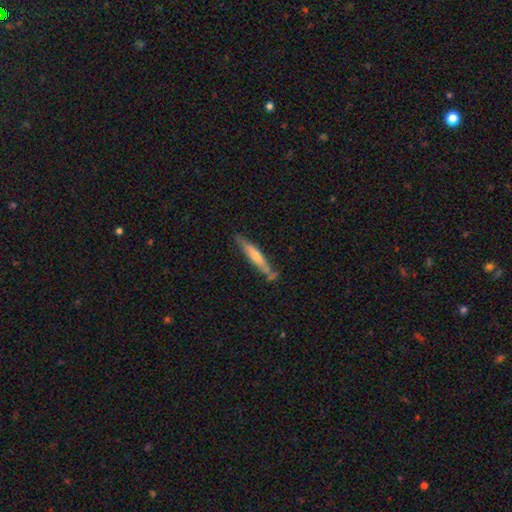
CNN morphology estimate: Q: Smooth or featured?
A: featured or disk (57%); runner-up: smooth (37%)
Q: Edge-on disk?
A: yes (92%); runner-up: no (8%)
Q: Edge-on bulge?
A: rounded (64%); runner-up: none (27%)
Q: Merging?
A: none (78%); runner-up: minor disturbance (15%)